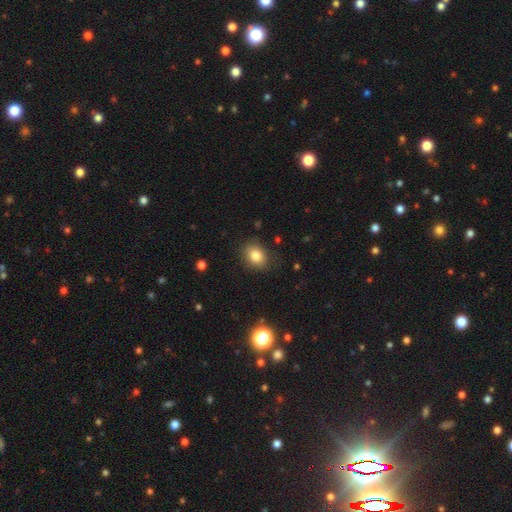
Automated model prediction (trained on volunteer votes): Smooth or featured: smooth — 82% (star or artifact — 10%)
How rounded: in between — 55% (round — 44%)
Merging: none — 82% (minor disturbance — 13%)